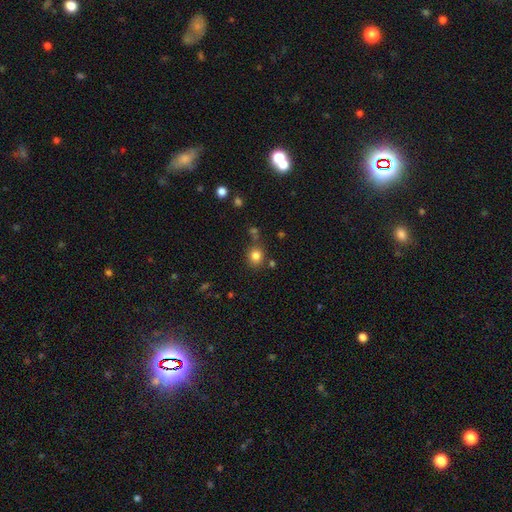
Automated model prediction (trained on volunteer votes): The model was most divided on "merging": none: 76%, minor disturbance: 12%, merger: 9%, major disturbance: 4%. More confident: how rounded — round (83%); smooth or featured — smooth (82%).